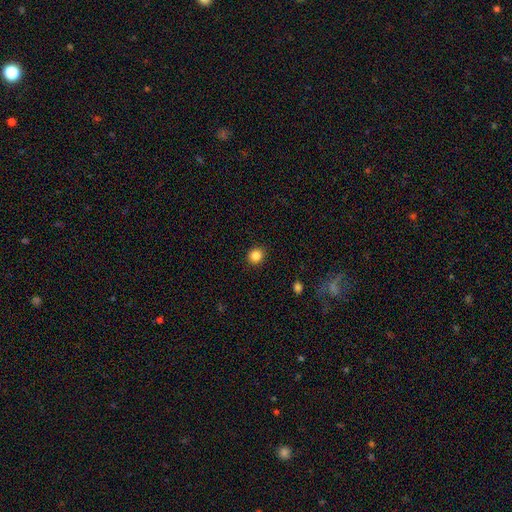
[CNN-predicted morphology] Overall: smooth (85%). How rounded: round (86%). Merging: none (91%).